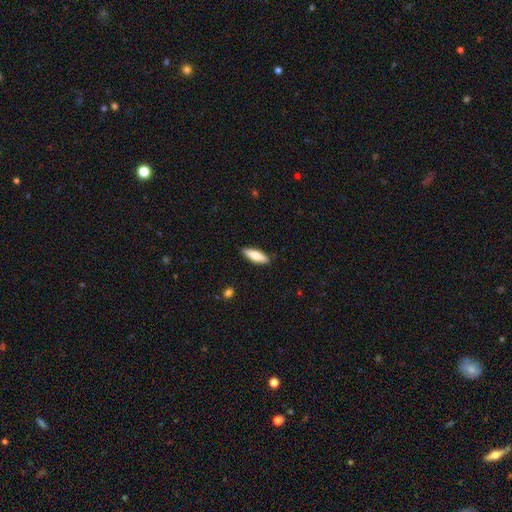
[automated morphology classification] The model was most divided on "how rounded": in between: 57%, cigar-shaped: 41%, round: 2%. More confident: merging — none (89%); smooth or featured — smooth (70%).